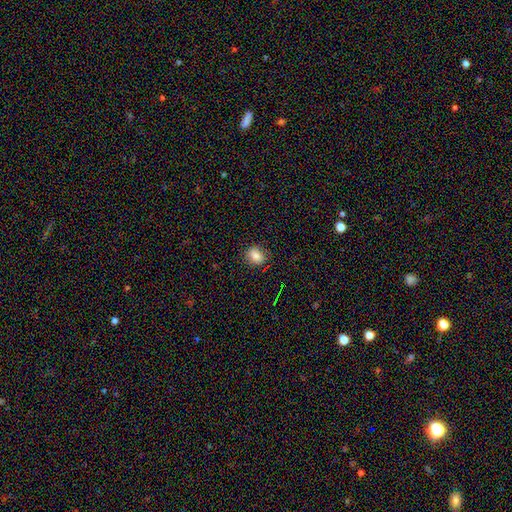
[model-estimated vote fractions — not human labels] Smooth or featured?
  - smooth: 80% *
  - star or artifact: 11%
  - featured or disk: 9%
How rounded?
  - round: 51% *
  - in between: 48%
  - cigar-shaped: 1%
Merging?
  - none: 83% *
  - minor disturbance: 13%
  - major disturbance: 3%
  - merger: 1%